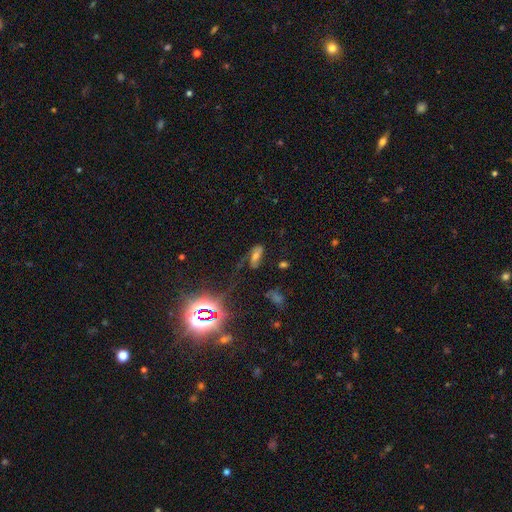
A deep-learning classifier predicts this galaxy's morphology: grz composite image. It shows a smooth galaxy with no disk features (42%). Merging: none (47%).